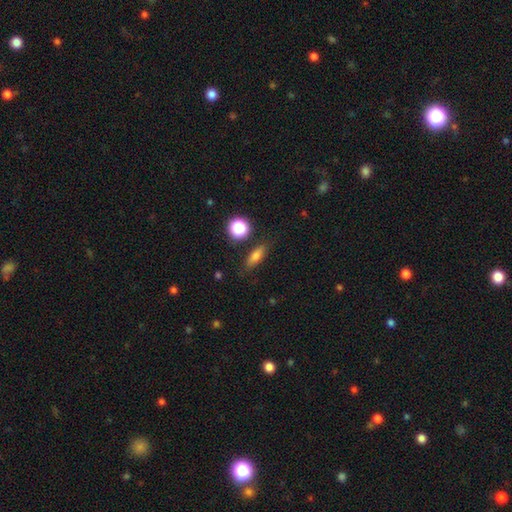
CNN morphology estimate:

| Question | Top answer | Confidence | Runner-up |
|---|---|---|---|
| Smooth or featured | smooth | 71% | featured or disk (17%) |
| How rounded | in between | 50% | cigar-shaped (40%) |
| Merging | none | 82% | minor disturbance (12%) |